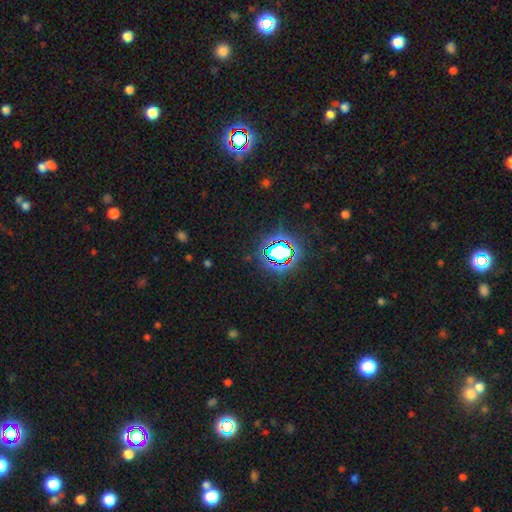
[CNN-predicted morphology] star or artifact 81%, smooth 12%, featured or disk 7%.